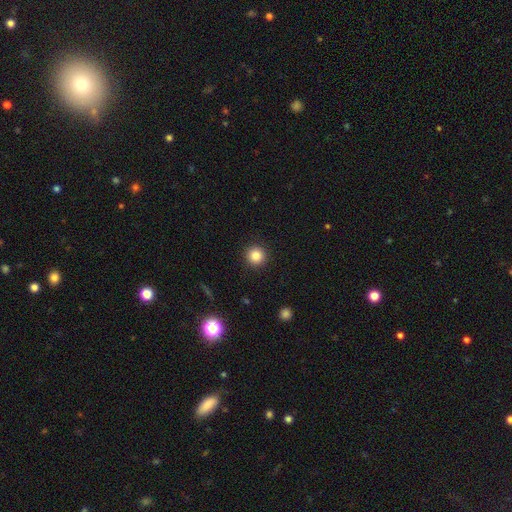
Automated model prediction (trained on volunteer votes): smooth-or-featured: smooth: 84% | star or artifact: 11% | featured or disk: 5%
  how-rounded: round: 95% | in between: 4% | cigar-shaped: 1%
  merging: none: 92% | minor disturbance: 5% | major disturbance: 2% | merger: 1%